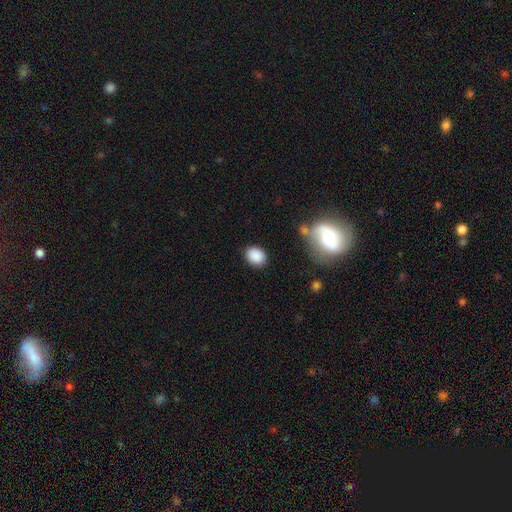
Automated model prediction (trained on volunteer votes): A smooth galaxy with no disk features (88%) that is in between round and cigar-shaped (53%).

Vote fractions:
- Smooth or featured? smooth: 88% / star or artifact: 8% / featured or disk: 4%
- How rounded? in between: 53% / round: 46% / cigar-shaped: 1%
- Merging? none: 84% / minor disturbance: 10% / major disturbance: 4% / merger: 3%